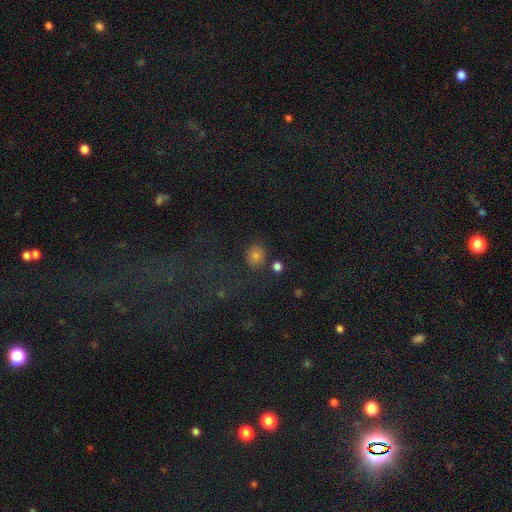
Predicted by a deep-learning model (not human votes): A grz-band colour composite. It shows a smooth galaxy with no disk features (73%) that is round (74%). Merging: none (80%).